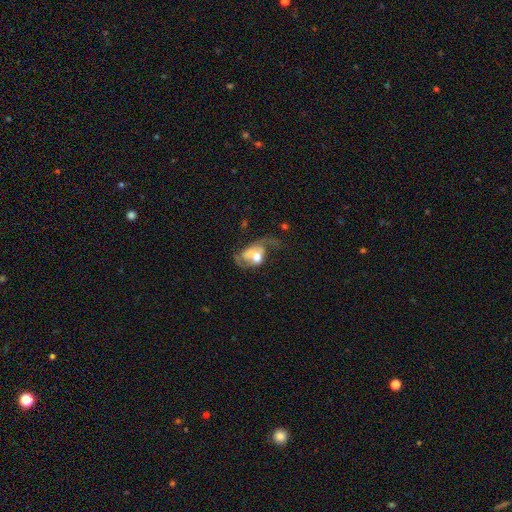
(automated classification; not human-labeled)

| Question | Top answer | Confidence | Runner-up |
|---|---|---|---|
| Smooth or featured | featured or disk | 53% | smooth (38%) |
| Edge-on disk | no | 96% | yes (4%) |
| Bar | no | 67% | weak (25%) |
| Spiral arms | yes | 51% | no (49%) |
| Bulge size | moderate | 39% | large (32%) |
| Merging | major disturbance | 54% | none (17%) |